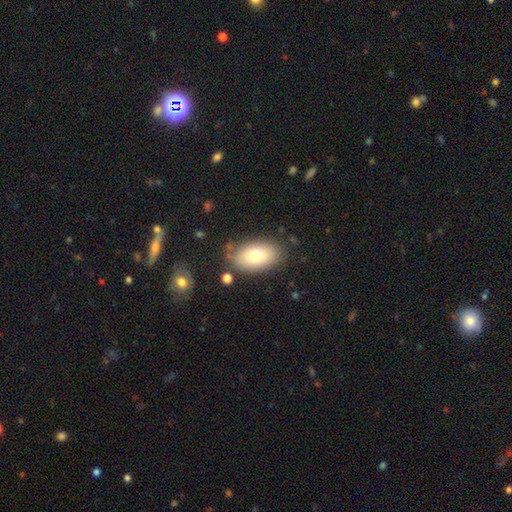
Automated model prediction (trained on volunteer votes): Morphology: type=smooth (76%); roundness=in between (92%); merging=none (81%).